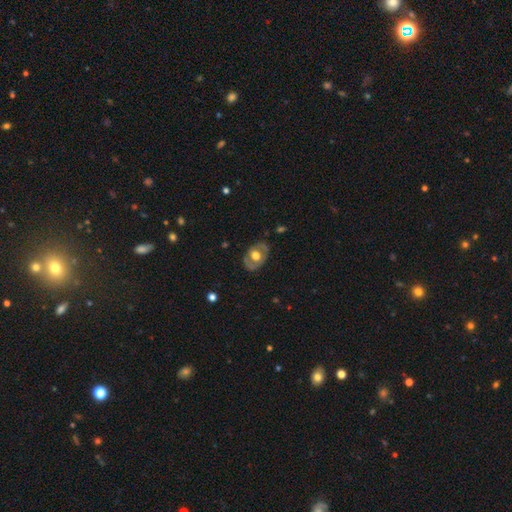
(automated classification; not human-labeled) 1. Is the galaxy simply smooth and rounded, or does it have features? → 54% featured or disk, 40% smooth, 6% star or artifact.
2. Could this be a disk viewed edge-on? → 92% no, 8% yes.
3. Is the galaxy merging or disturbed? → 76% none, 17% minor disturbance, 6% major disturbance, 1% merger.